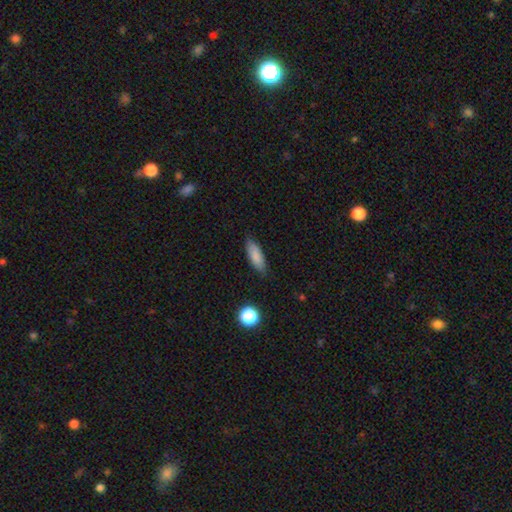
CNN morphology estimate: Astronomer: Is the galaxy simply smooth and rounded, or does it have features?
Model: smooth — 84%.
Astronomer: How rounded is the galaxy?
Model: in between — 60% (runner-up: cigar-shaped, 38%).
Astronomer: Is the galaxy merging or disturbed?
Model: none — 82%.